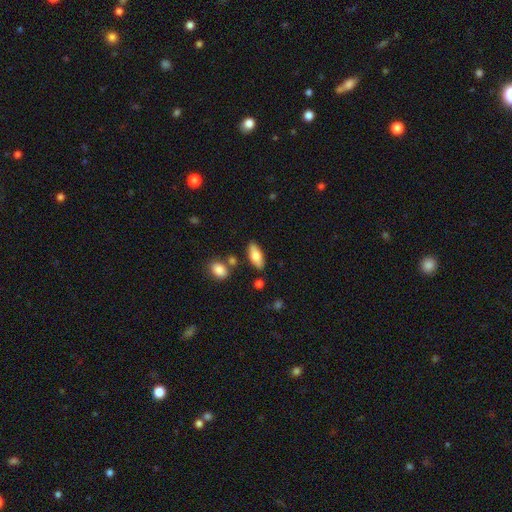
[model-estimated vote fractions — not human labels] Smooth or featured: smooth — 74% (featured or disk — 20%)
How rounded: in between — 81% (cigar-shaped — 16%)
Merging: none — 82% (minor disturbance — 11%)